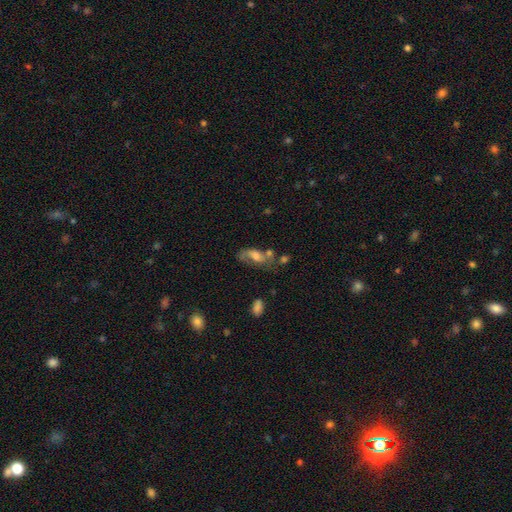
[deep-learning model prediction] This is possibly a featured or disk galaxy (49%). Merging: marginally none (39%).